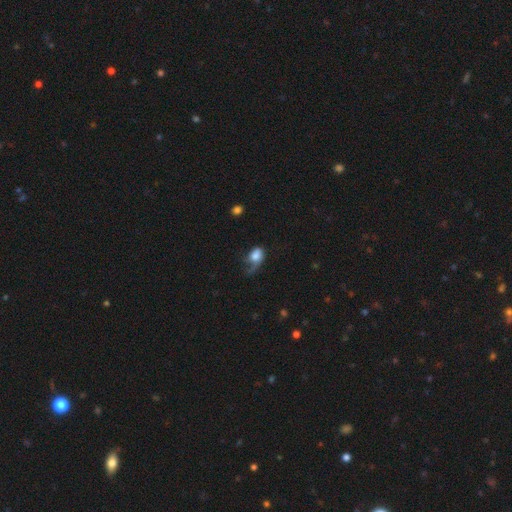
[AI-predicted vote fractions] Overall: smooth (69%). How rounded: in between (70%). Merging: major disturbance (48%; minor disturbance 25%).